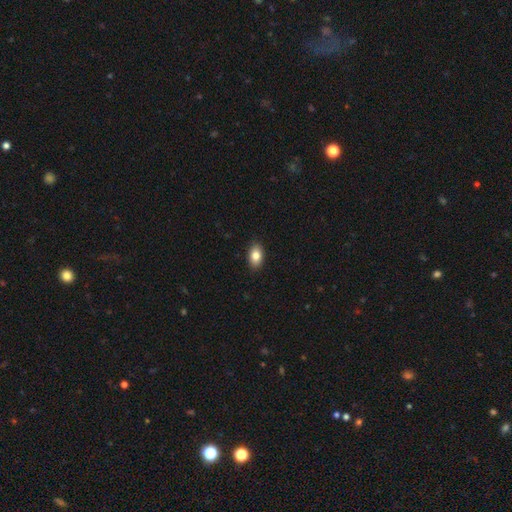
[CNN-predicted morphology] Q: Smooth or featured?
A: smooth (84%); runner-up: featured or disk (8%)
Q: How rounded?
A: in between (89%); runner-up: round (10%)
Q: Merging?
A: none (89%); runner-up: minor disturbance (8%)